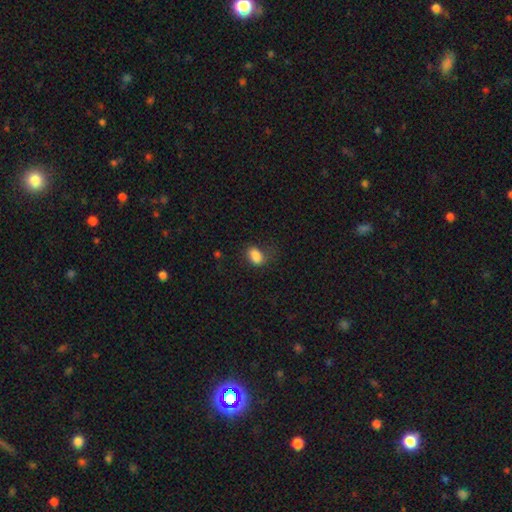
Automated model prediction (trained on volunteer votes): Smooth or featured: smooth — 85% (star or artifact — 10%)
How rounded: in between — 82% (round — 16%)
Merging: none — 59% (minor disturbance — 26%)